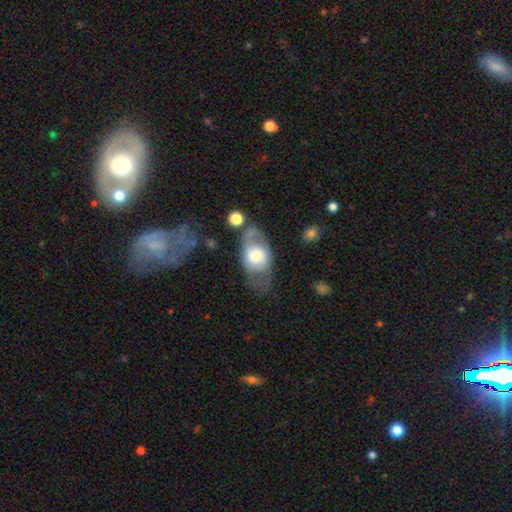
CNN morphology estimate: Smooth or featured?
  - featured or disk: 50% *
  - smooth: 43%
  - star or artifact: 7%
Edge-on disk?
  - no: 89% *
  - yes: 11%
Merging?
  - none: 48% *
  - minor disturbance: 25%
  - major disturbance: 21%
  - merger: 7%